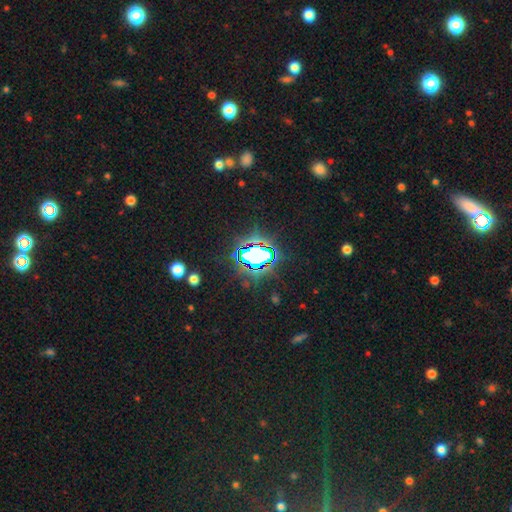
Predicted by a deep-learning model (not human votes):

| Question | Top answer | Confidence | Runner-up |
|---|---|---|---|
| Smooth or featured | star or artifact | 74% | smooth (16%) |